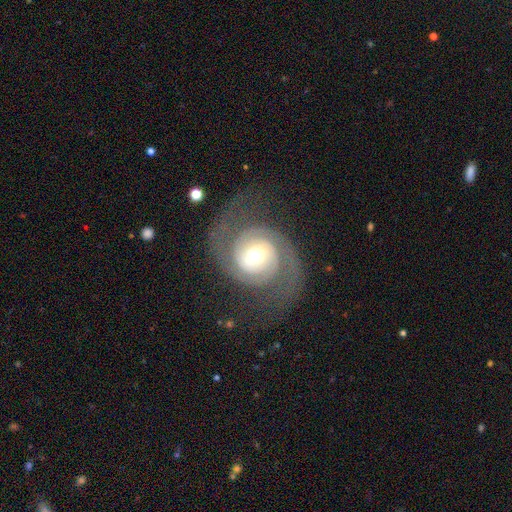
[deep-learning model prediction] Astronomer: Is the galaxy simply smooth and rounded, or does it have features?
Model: featured or disk — 88%.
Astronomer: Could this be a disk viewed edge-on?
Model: no — 98%.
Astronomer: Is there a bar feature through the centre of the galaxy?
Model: no — 63%.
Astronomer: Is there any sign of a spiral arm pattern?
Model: yes — 97%.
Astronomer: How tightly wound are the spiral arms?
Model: tight — 53% (runner-up: medium, 36%).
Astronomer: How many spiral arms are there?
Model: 2 — 89%.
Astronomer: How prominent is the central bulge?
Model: moderate — 66%.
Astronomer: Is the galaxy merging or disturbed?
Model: none — 76%.